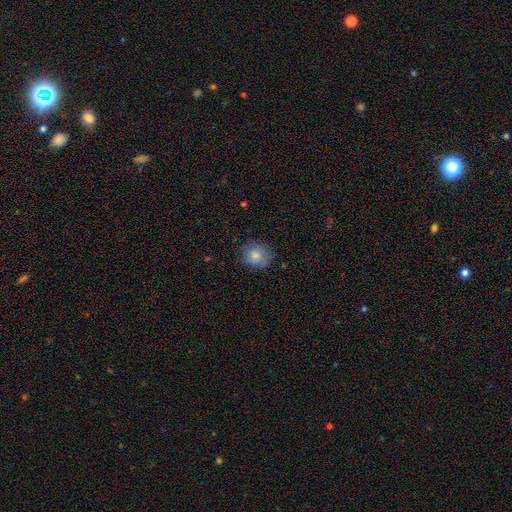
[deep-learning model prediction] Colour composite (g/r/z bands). It shows a smooth galaxy with no disk features (81%) that is round (73%). Merging: none (77%).